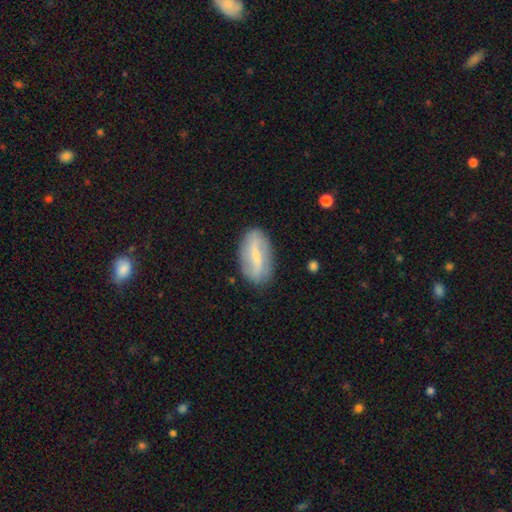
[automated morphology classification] Q: Smooth or featured?
A: featured or disk (60%); runner-up: smooth (33%)
Q: Edge-on disk?
A: no (89%); runner-up: yes (11%)
Q: Bar?
A: strong (51%); runner-up: weak (36%)
Q: Spiral arms?
A: yes (67%); runner-up: no (33%)
Q: Bulge size?
A: small (59%); runner-up: moderate (27%)
Q: Merging?
A: none (84%); runner-up: minor disturbance (12%)